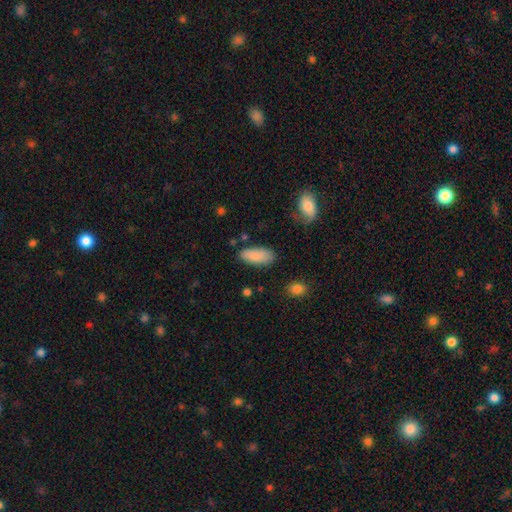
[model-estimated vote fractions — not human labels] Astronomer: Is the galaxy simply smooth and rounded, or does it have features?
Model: smooth — 86%.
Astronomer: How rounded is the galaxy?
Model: in between — 84%.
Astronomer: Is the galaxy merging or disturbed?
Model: none — 77%.